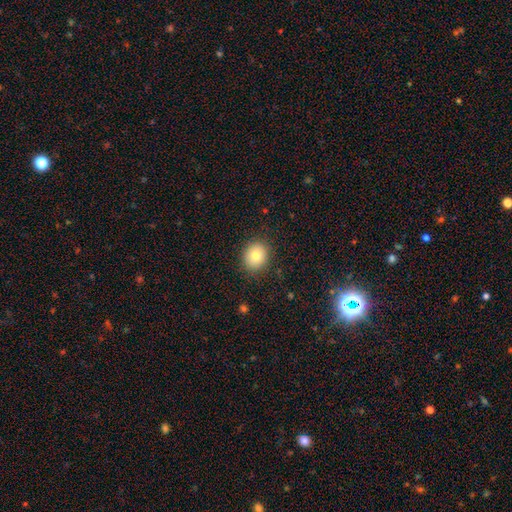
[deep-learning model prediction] smooth_or_featured: smooth (p=0.81) [alt: featured or disk p=0.10]
how_rounded: round (p=0.65) [alt: in between p=0.34]
merging: none (p=0.87) [alt: minor disturbance p=0.09]